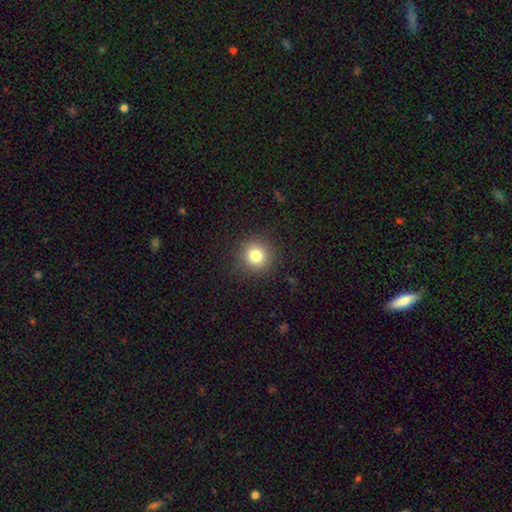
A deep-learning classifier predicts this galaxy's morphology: Overall: smooth (81%). How rounded: round (93%). Merging: none (90%).